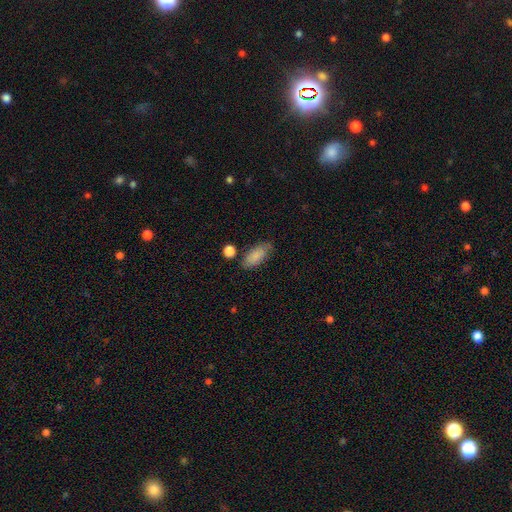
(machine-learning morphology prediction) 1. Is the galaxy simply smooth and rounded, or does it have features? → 81% smooth, 12% featured or disk, 7% star or artifact.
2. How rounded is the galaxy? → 88% in between, 9% cigar-shaped, 3% round.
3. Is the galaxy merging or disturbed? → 70% none, 20% minor disturbance, 5% merger, 5% major disturbance.